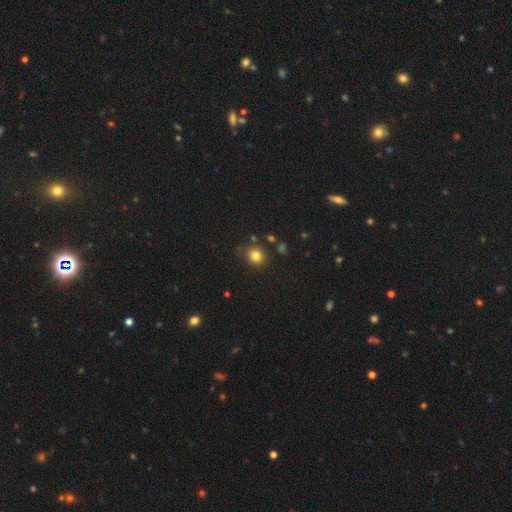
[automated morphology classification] Overall: smooth (81%). How rounded: round (75%). Merging: none (83%).